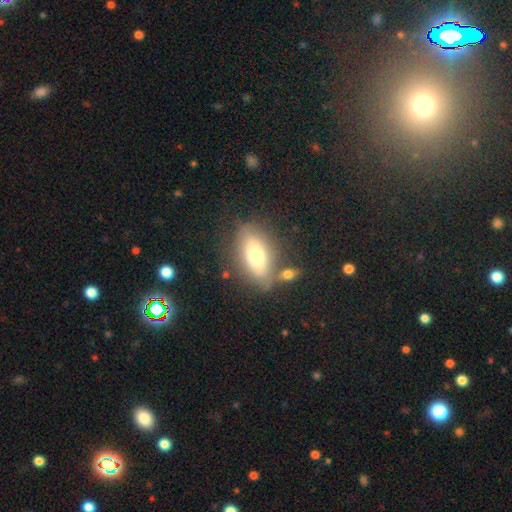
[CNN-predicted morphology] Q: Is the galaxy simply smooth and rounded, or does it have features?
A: smooth — 64%.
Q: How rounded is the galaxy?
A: in between — 83%.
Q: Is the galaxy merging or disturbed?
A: none — 67%.